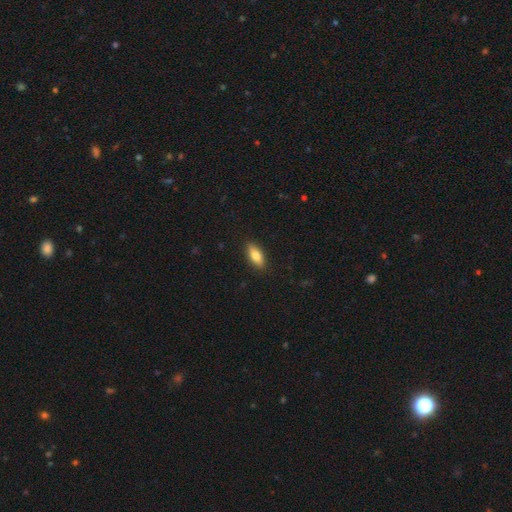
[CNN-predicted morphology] The model was most divided on "how rounded": in between: 82%, cigar-shaped: 16%, round: 3%. More confident: merging — none (89%); smooth or featured — smooth (81%).